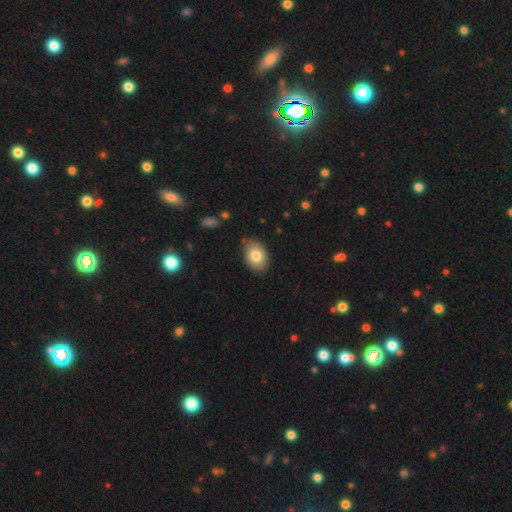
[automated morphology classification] This appears to be a smooth galaxy with no disk features (81%) that is in between round and cigar-shaped (79%). Merging: none (84%).